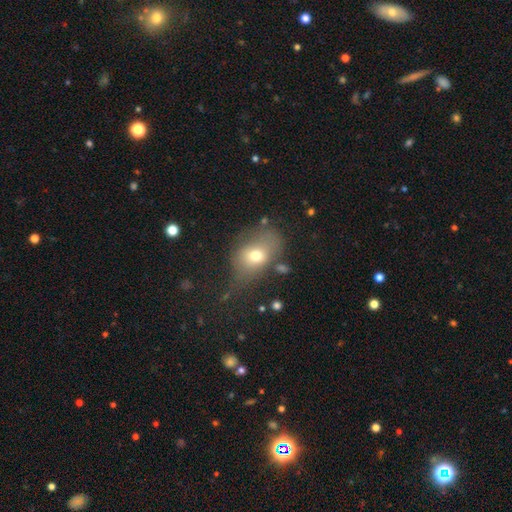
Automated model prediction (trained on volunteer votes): This is likely a smooth galaxy (68%). How rounded: likely in between (69%). Merging: marginally none (39%).